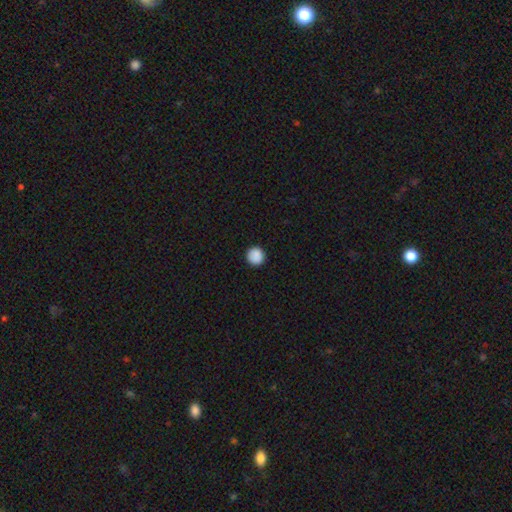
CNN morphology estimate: A smooth galaxy with no disk features (89%) that is round (95%).

Vote fractions:
- Smooth or featured? smooth: 89% / star or artifact: 8% / featured or disk: 2%
- How rounded? round: 95% / in between: 4% / cigar-shaped: 1%
- Merging? none: 92% / minor disturbance: 5% / major disturbance: 2% / merger: 1%